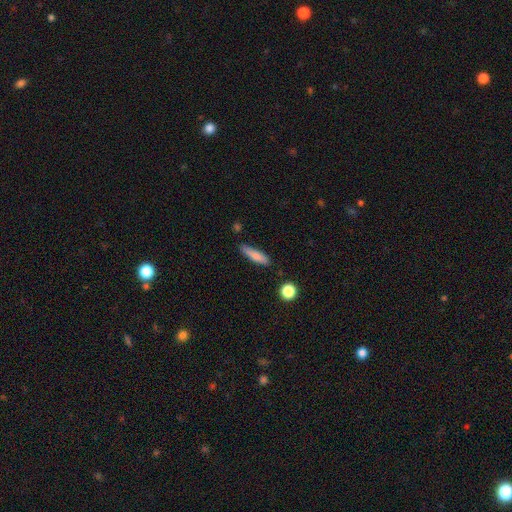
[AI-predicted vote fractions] The model was most divided on "how rounded": cigar-shaped: 75%, in between: 23%, round: 2%. More confident: smooth or featured — smooth (78%); merging — none (77%).